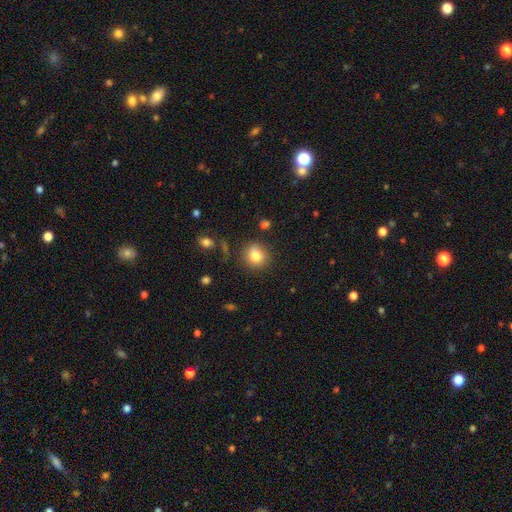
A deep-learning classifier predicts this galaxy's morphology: type=smooth (81%); roundness=round (87%); merging=none (82%).